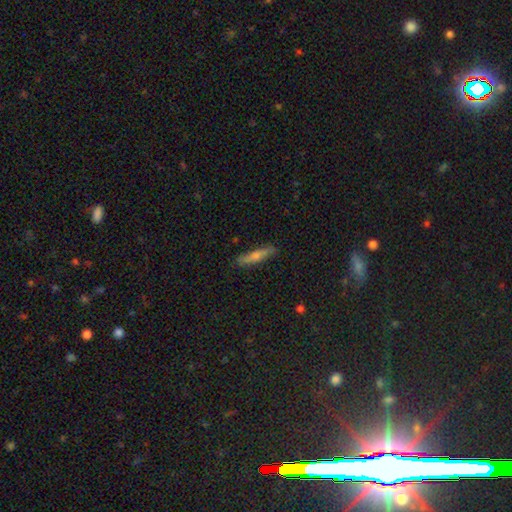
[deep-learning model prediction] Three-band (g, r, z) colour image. It shows a smooth galaxy with no disk features (53%) that is cigar-shaped (88%). Merging: none (87%).